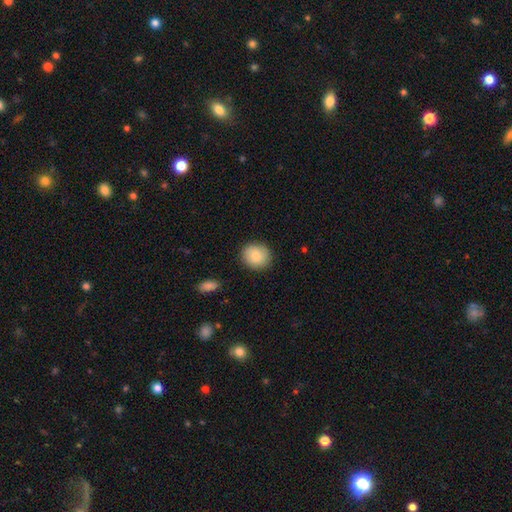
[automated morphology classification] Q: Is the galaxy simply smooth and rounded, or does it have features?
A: smooth — 81%.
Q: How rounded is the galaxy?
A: round — 79%.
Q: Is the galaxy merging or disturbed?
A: none — 87%.